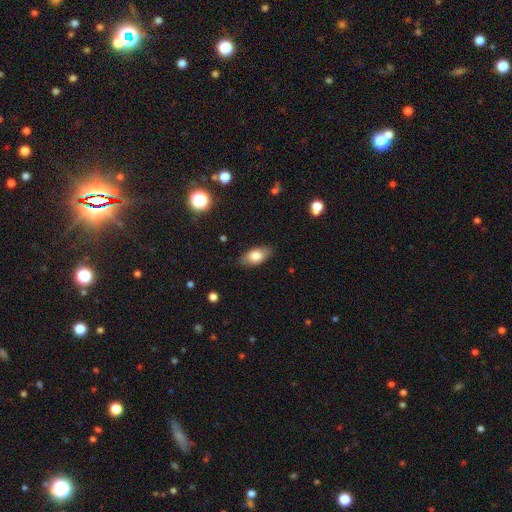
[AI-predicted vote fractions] smooth 79%, featured or disk 14%, star or artifact 7%. Down the decision tree: how rounded — in between (91%); merging — none (86%).